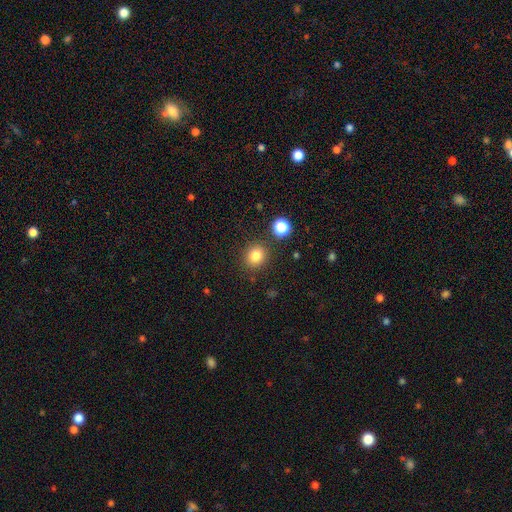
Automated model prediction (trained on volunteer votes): Smooth or featured: smooth — 81% (star or artifact — 13%)
How rounded: round — 81% (in between — 18%)
Merging: none — 85% (minor disturbance — 8%)